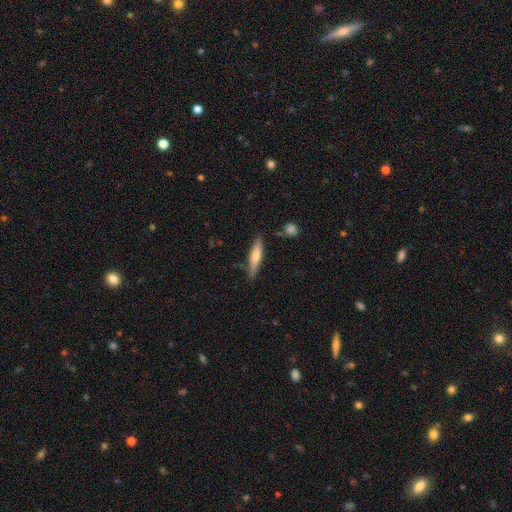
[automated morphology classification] type=smooth (50%); roundness=cigar-shaped (83%); merging=none (84%).